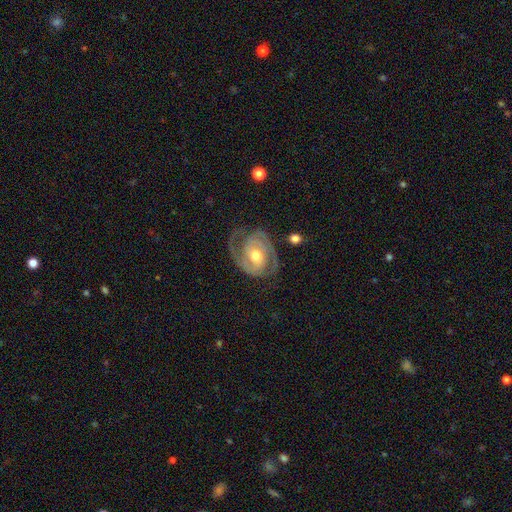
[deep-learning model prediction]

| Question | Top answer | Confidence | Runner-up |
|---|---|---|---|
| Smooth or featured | featured or disk | 89% | smooth (7%) |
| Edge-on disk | no | 97% | yes (3%) |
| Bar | no | 58% | weak (31%) |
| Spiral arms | yes | 96% | no (4%) |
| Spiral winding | tight | 45% | medium (43%) |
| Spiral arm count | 2 | 86% | can't tell (5%) |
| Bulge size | moderate | 74% | small (17%) |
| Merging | none | 70% | minor disturbance (18%) |